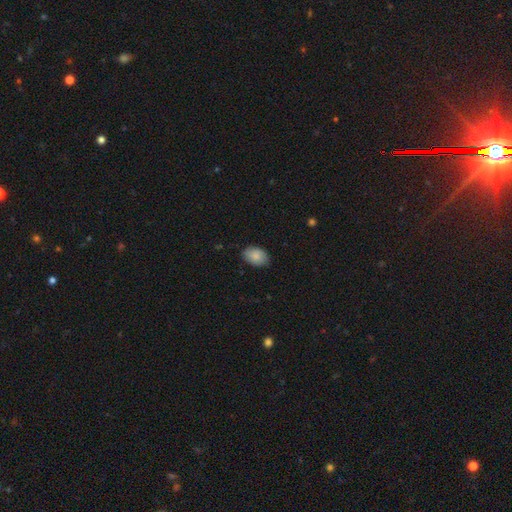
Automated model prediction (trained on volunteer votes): Smooth or featured: smooth — 87% (star or artifact — 7%)
How rounded: in between — 83% (round — 16%)
Merging: none — 84% (minor disturbance — 13%)